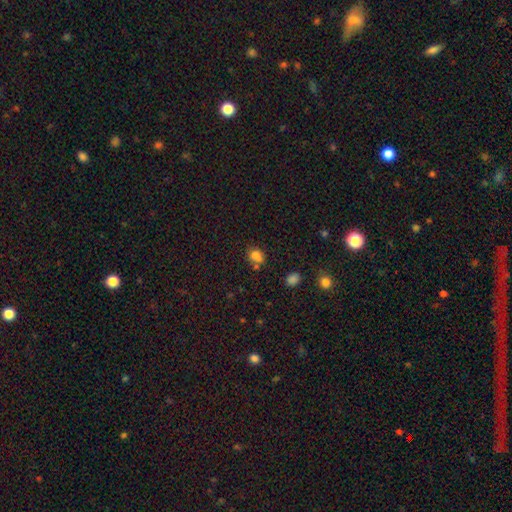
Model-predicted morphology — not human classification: Smooth or featured?
  - smooth: 76% *
  - star or artifact: 16%
  - featured or disk: 8%
How rounded?
  - round: 55% *
  - in between: 43%
  - cigar-shaped: 1%
Merging?
  - none: 58% *
  - minor disturbance: 20%
  - merger: 16%
  - major disturbance: 6%